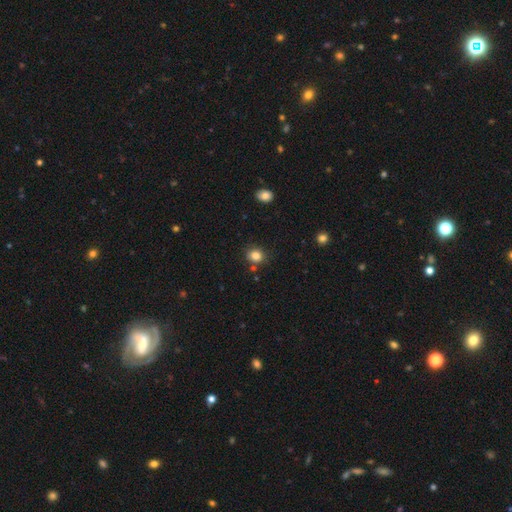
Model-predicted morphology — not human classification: smooth_or_featured: smooth (p=0.84) [alt: star or artifact p=0.11]
how_rounded: round (p=0.68) [alt: in between p=0.31]
merging: none (p=0.80) [alt: minor disturbance p=0.12]